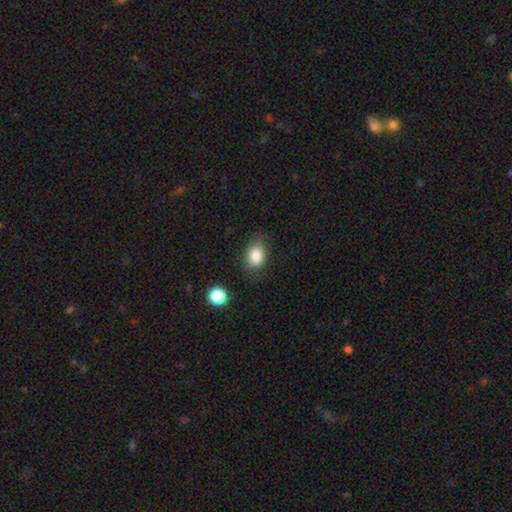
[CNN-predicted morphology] Smooth or featured? smooth (84%)
How rounded? in between (61%)
Merging? none (73%)